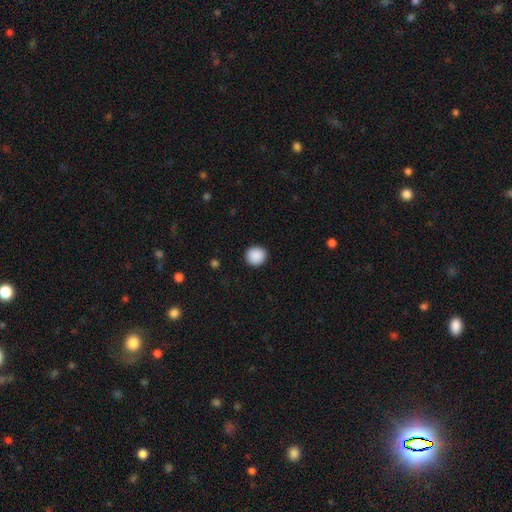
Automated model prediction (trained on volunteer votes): smooth 90%, star or artifact 8%, featured or disk 2%. Down the decision tree: how rounded — round (93%); merging — none (92%).